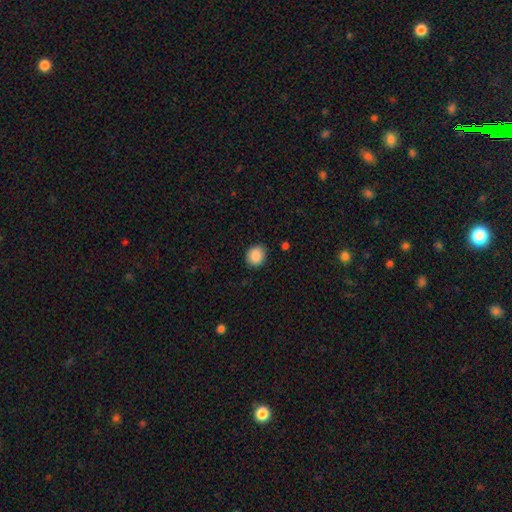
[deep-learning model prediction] This is clearly a smooth galaxy (89%). How rounded: likely round (68%). Merging: clearly none (87%).